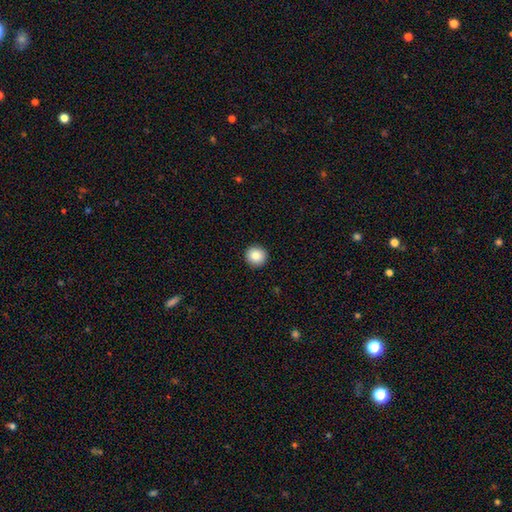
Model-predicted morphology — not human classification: type=smooth (87%); roundness=round (94%); merging=none (93%).